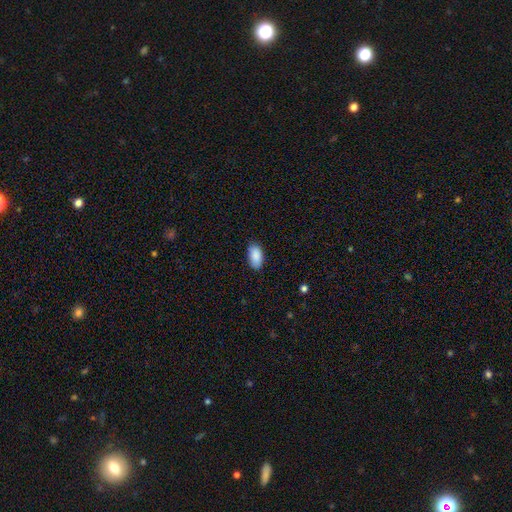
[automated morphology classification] The model was most divided on "merging": none: 84%, minor disturbance: 12%, major disturbance: 2%, merger: 1%. More confident: how rounded — in between (95%); smooth or featured — smooth (90%).